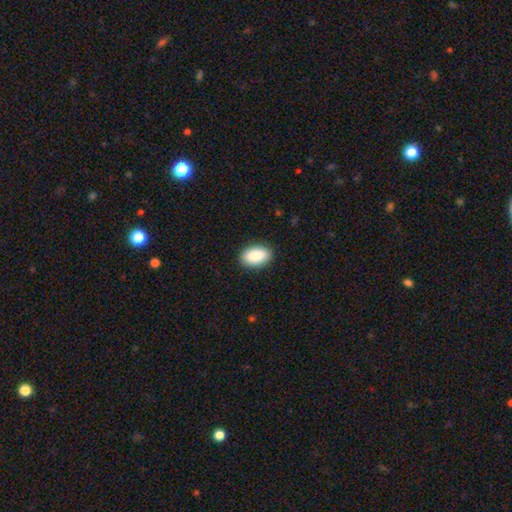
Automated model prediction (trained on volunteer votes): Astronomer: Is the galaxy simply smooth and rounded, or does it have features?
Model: smooth — 90%.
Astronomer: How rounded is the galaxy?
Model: in between — 92%.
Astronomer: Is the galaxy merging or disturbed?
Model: none — 89%.